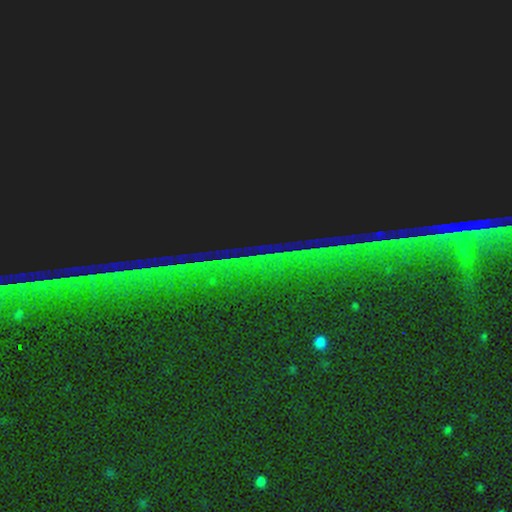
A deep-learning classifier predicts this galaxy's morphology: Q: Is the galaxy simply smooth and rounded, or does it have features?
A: star or artifact — 88%.